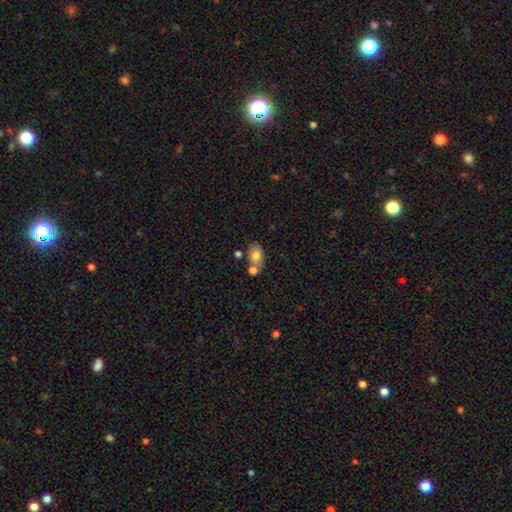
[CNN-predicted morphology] The model was most divided on "merging": none: 52%, merger: 29%, minor disturbance: 15%, major disturbance: 5%. More confident: how rounded — in between (81%); smooth or featured — smooth (78%).